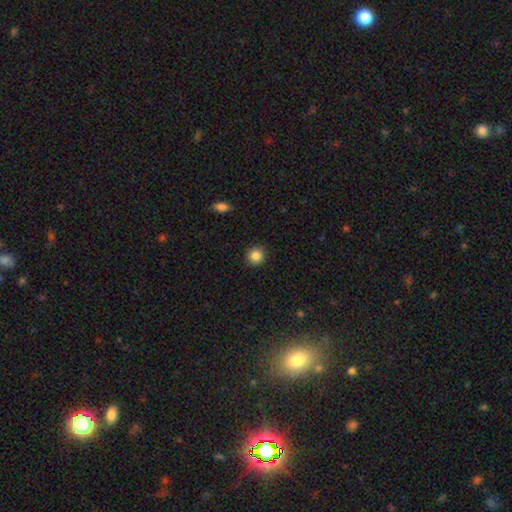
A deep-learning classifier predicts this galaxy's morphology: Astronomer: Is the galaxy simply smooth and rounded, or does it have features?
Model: smooth — 86%.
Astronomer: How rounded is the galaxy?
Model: round — 93%.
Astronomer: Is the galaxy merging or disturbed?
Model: none — 92%.